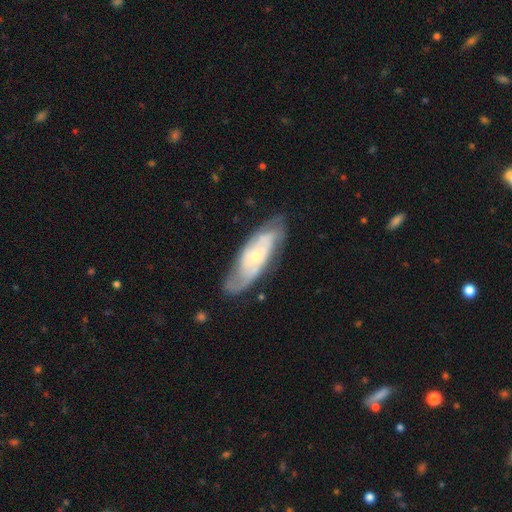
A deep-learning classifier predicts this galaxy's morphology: A featured or disk galaxy (77%) with no bar (66%), 2 (48%) tight (50%) spiral arms (90%) and a small central bulge (69%).

Vote fractions:
- Smooth or featured? featured or disk: 77% / smooth: 18% / star or artifact: 6%
- Edge-on disk? no: 87% / yes: 13%
- Bar? no: 66% / weak: 26% / strong: 8%
- Spiral arms? yes: 90% / no: 10%
- Spiral winding? tight: 50% / medium: 38% / loose: 13%
- Spiral arm count? 2: 48% / can't tell: 34% / 3: 9% / 1: 4% / 4: 3% / more than 4: 2%
- Bulge size? small: 69% / moderate: 25% / none: 2% / large: 2% / dominant: 1%
- Merging? none: 71% / minor disturbance: 20% / major disturbance: 7% / merger: 2%